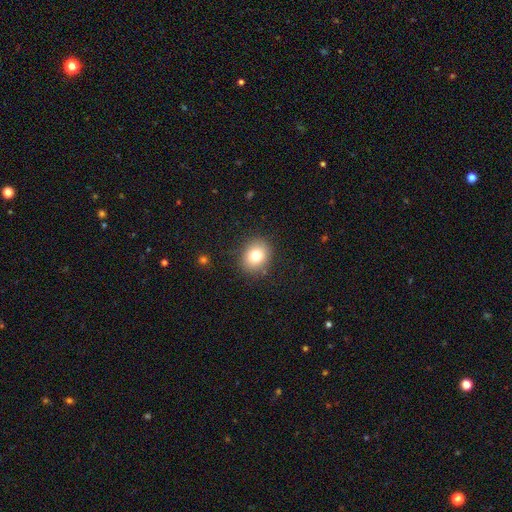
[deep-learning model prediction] Smooth or featured? Predicted: smooth (p=0.78). How rounded? Predicted: round (p=0.64). Merging? Predicted: none (p=0.87).